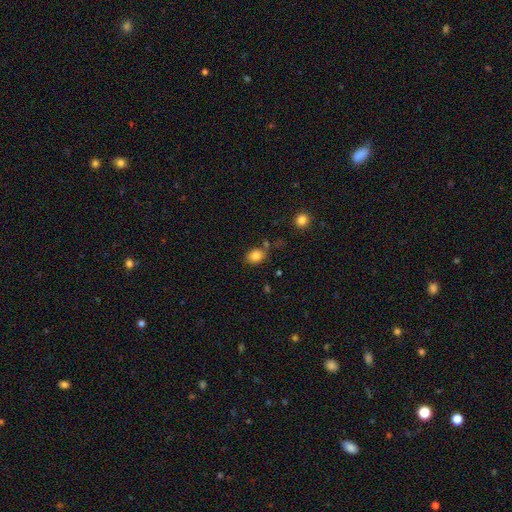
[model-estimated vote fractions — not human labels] smooth_or_featured: smooth (p=0.84) [alt: star or artifact p=0.10]
how_rounded: in between (p=0.58) [alt: round p=0.41]
merging: none (p=0.71) [alt: minor disturbance p=0.15]